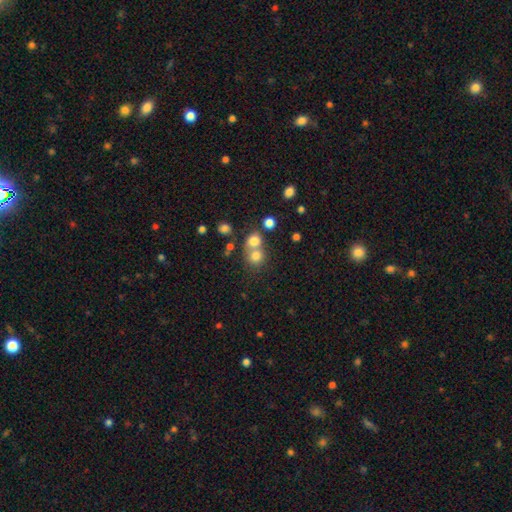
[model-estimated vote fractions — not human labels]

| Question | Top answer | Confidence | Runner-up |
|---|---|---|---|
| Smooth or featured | smooth | 76% | star or artifact (13%) |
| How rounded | round | 80% | in between (19%) |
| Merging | merger | 52% | none (38%) |